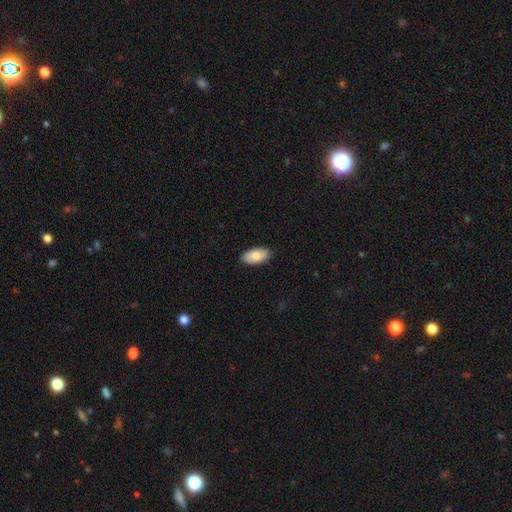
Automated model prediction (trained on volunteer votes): smooth_or_featured: smooth (p=0.84) [alt: featured or disk p=0.10]
how_rounded: in between (p=0.94) [alt: cigar-shaped p=0.04]
merging: none (p=0.88) [alt: minor disturbance p=0.09]